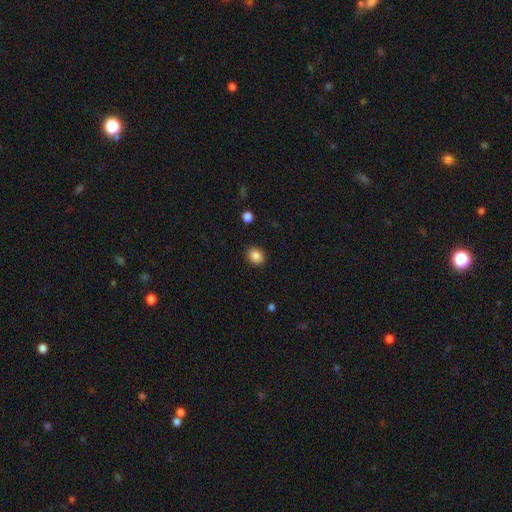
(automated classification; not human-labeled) Smooth or featured? Predicted: smooth (p=0.86). How rounded? Predicted: round (p=0.55). Merging? Predicted: none (p=0.89).